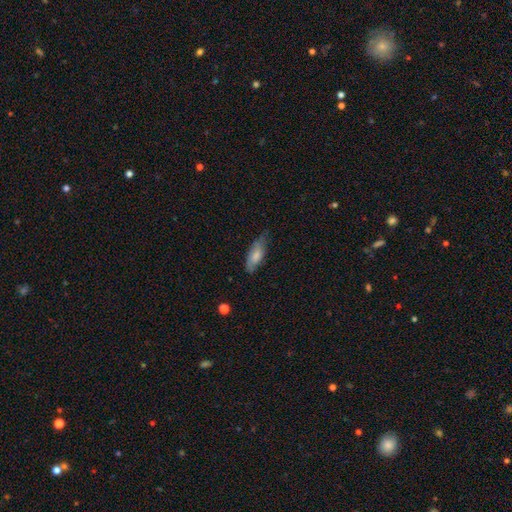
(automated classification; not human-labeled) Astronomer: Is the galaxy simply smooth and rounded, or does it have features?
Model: smooth — 69%.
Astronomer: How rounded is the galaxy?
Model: in between — 70%.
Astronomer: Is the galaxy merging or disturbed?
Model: none — 63%.